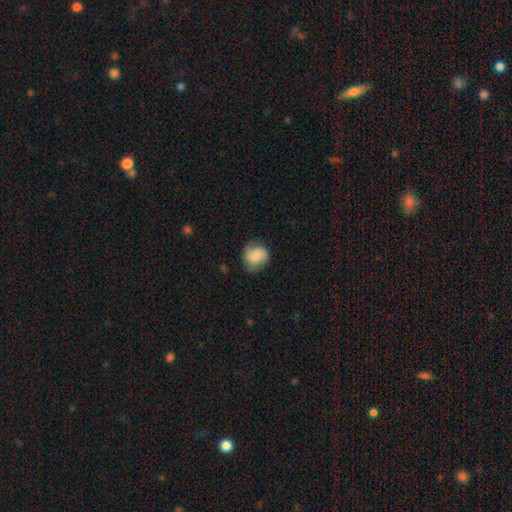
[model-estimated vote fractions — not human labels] A smooth galaxy with no disk features (75%) that is round (74%).

Vote fractions:
- Smooth or featured? smooth: 75% / featured or disk: 17% / star or artifact: 8%
- How rounded? round: 74% / in between: 25% / cigar-shaped: 1%
- Merging? none: 68% / minor disturbance: 23% / major disturbance: 8% / merger: 1%